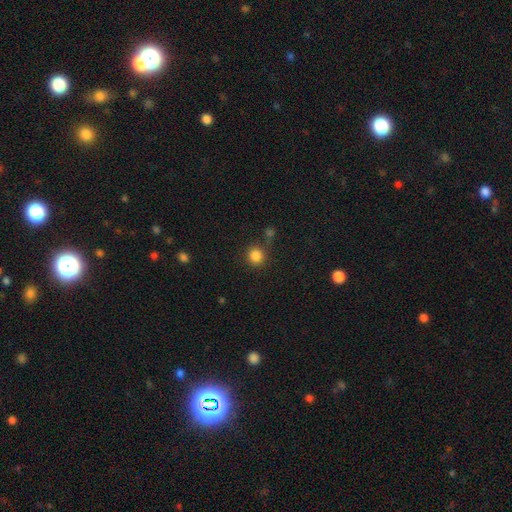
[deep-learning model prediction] smooth 84%, star or artifact 11%, featured or disk 4%. Down the decision tree: how rounded — round (91%); merging — none (77%).